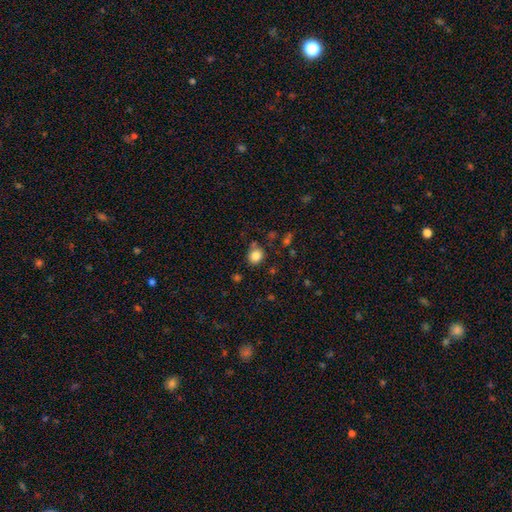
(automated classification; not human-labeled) This appears to be a smooth galaxy with no disk features (83%) that is round (70%). Merging: none (73%).